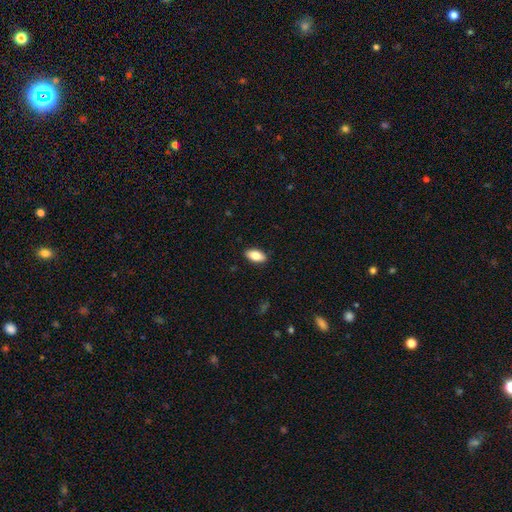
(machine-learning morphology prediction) Smooth or featured? smooth (83%)
How rounded? in between (91%)
Merging? none (89%)